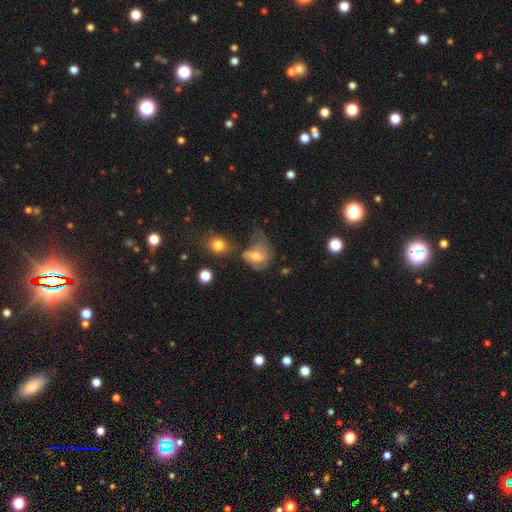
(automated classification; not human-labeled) Q: Smooth or featured?
A: smooth (53%); runner-up: featured or disk (36%)
Q: How rounded?
A: in between (60%); runner-up: round (39%)
Q: Merging?
A: major disturbance (39%); runner-up: minor disturbance (24%)